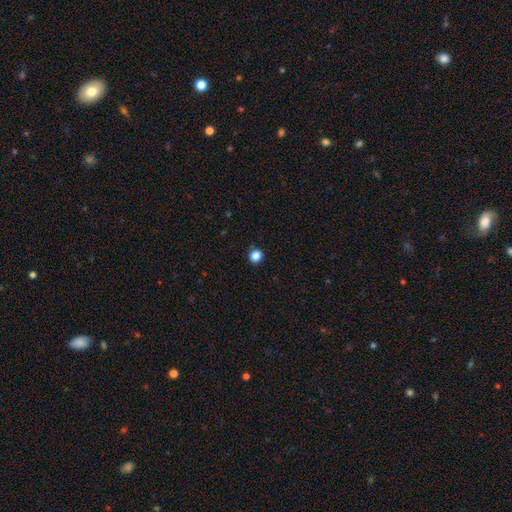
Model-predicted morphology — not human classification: smooth-or-featured: smooth: 85% | star or artifact: 12% | featured or disk: 3%
  how-rounded: round: 90% | in between: 9% | cigar-shaped: 1%
  merging: none: 90% | minor disturbance: 7% | major disturbance: 2% | merger: 1%